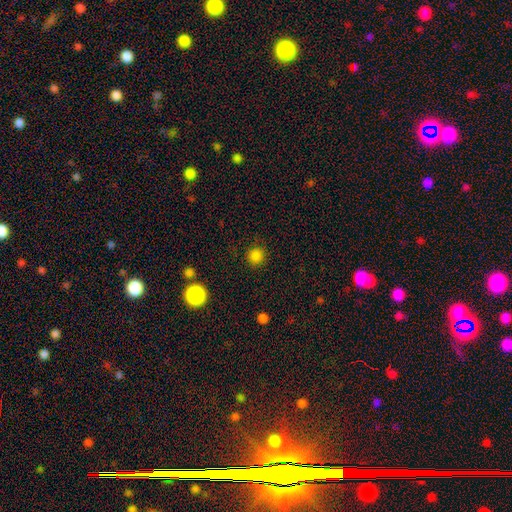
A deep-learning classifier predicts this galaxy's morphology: The model was most divided on "smooth or featured": smooth: 82%, star or artifact: 14%, featured or disk: 3%. More confident: how rounded — round (94%); merging — none (89%).